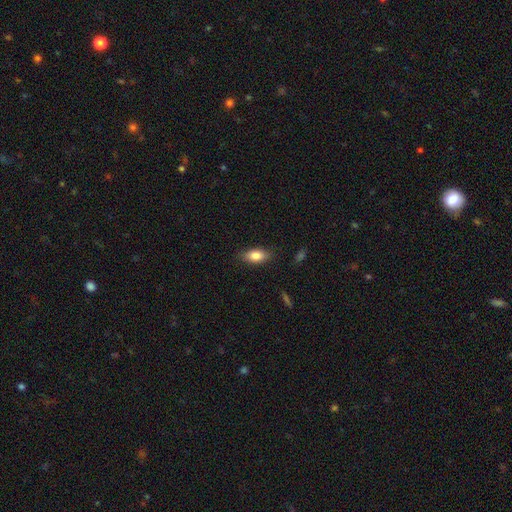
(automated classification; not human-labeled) This is clearly a smooth galaxy (83%). How rounded: clearly in between (87%). Merging: clearly none (85%).